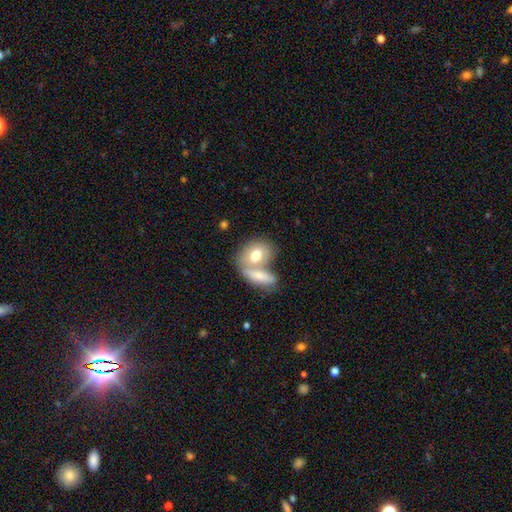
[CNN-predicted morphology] A smooth galaxy with no disk features (72%) that is in between round and cigar-shaped (72%). Merging: merger (56%).